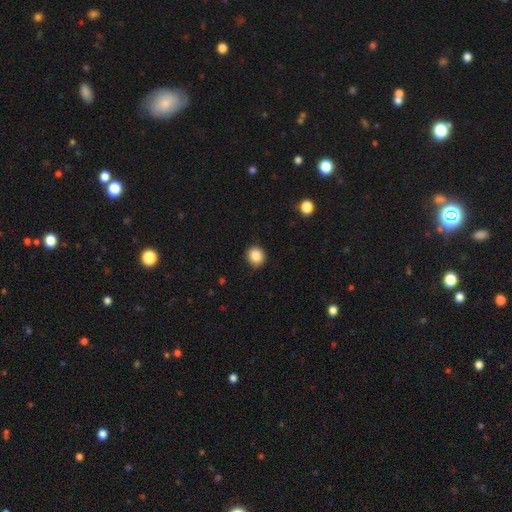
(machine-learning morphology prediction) Q: Smooth or featured?
A: smooth (86%); runner-up: star or artifact (10%)
Q: How rounded?
A: round (85%); runner-up: in between (15%)
Q: Merging?
A: none (88%); runner-up: minor disturbance (9%)